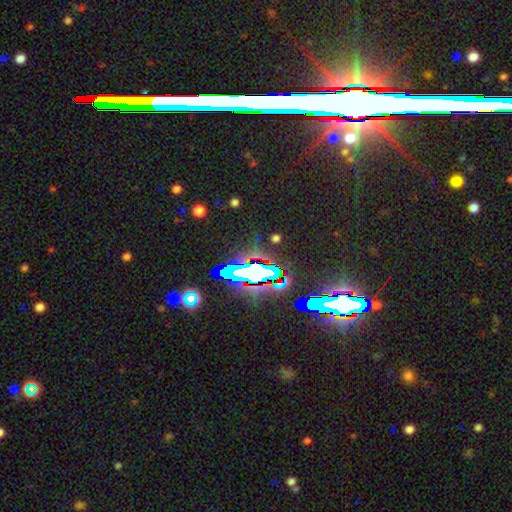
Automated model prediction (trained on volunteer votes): A star or artifact, not a galaxy (79%).